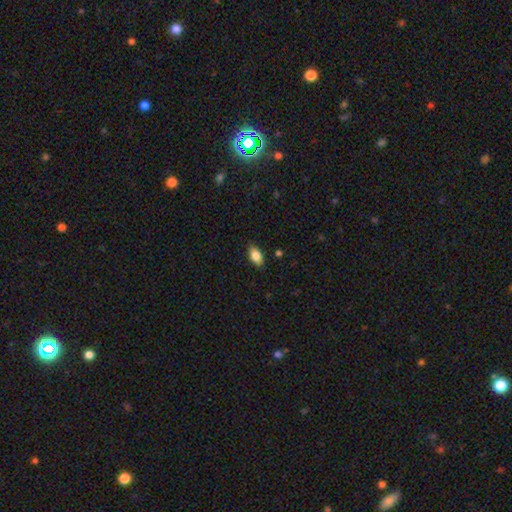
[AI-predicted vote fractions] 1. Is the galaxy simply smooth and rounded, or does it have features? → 83% smooth, 9% featured or disk, 8% star or artifact.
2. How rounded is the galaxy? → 91% in between, 5% round, 4% cigar-shaped.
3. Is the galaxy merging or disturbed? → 87% none, 10% minor disturbance, 2% major disturbance, 1% merger.